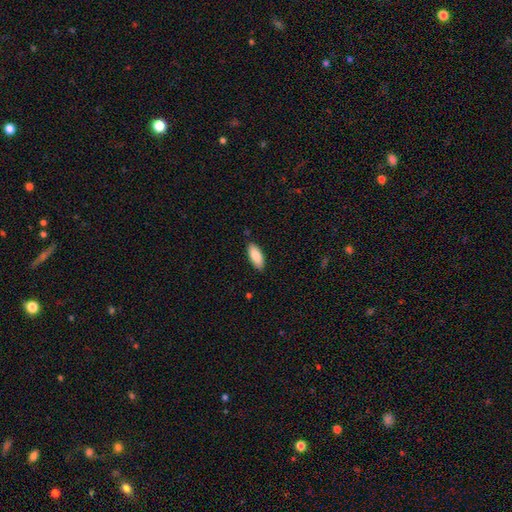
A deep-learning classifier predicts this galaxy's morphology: Overall: smooth (84%). How rounded: in between (81%). Merging: none (86%).